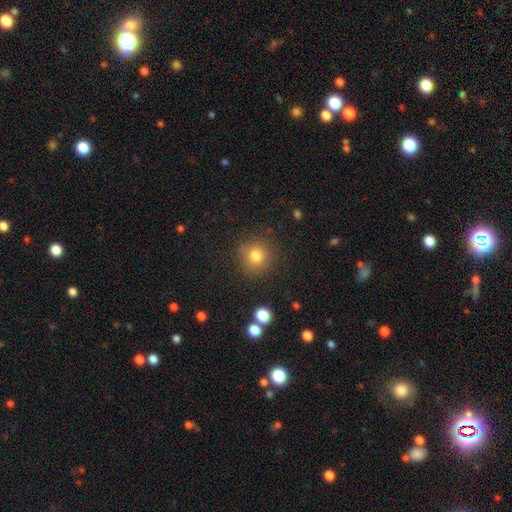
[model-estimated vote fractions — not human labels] smooth_or_featured: smooth (p=0.79) [alt: star or artifact p=0.13]
how_rounded: round (p=0.90) [alt: in between p=0.09]
merging: none (p=0.84) [alt: minor disturbance p=0.10]